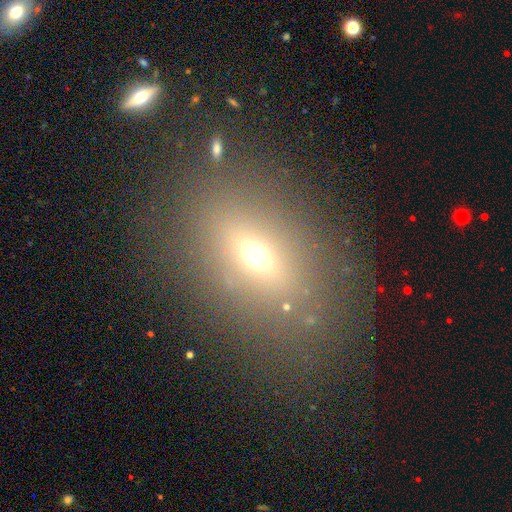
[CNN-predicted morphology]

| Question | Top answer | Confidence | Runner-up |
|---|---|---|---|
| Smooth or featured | smooth | 56% | featured or disk (22%) |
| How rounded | in between | 73% | round (21%) |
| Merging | none | 77% | minor disturbance (11%) |